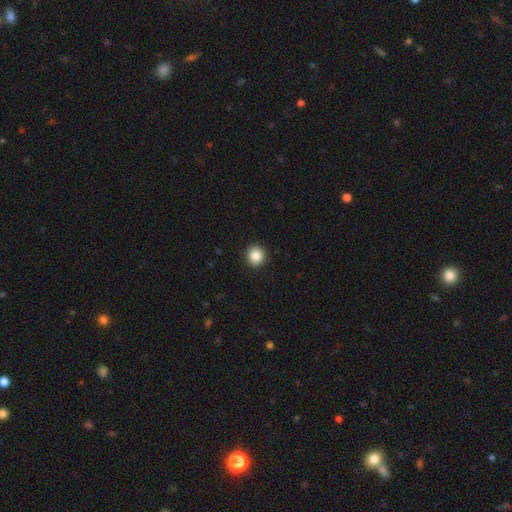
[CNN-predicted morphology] This is clearly a smooth galaxy (86%). How rounded: clearly round (94%). Merging: clearly none (93%).